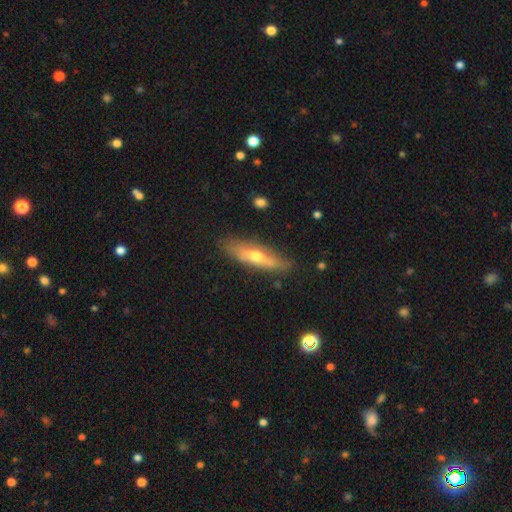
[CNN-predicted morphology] featured or disk 48%, smooth 46%, star or artifact 6%. Down the decision tree: merging — none (77%).